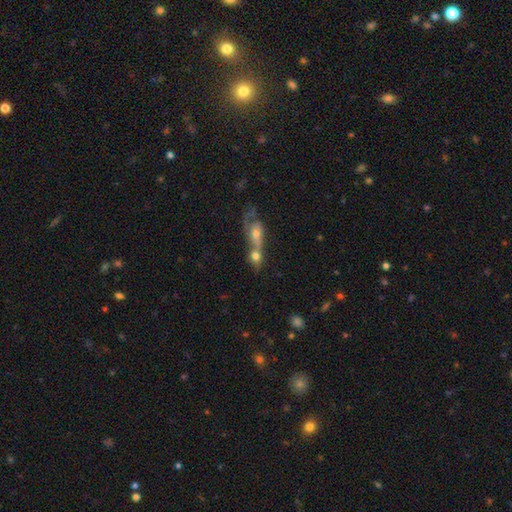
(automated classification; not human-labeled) Smooth or featured? smooth (63%)
How rounded? in between (48%)
Merging? merger (73%)